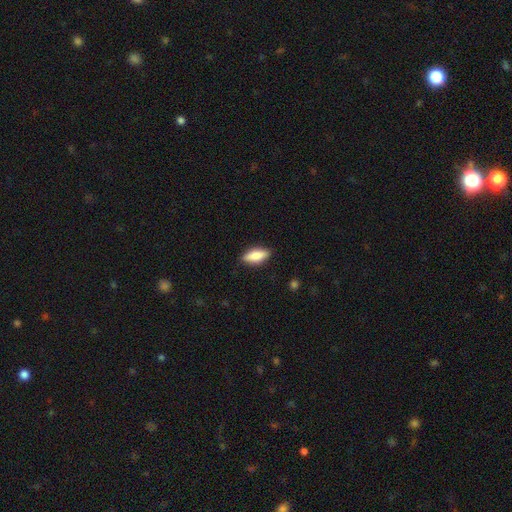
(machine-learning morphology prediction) smooth-or-featured: smooth: 79% | featured or disk: 15% | star or artifact: 6%
  how-rounded: in between: 74% | cigar-shaped: 23% | round: 2%
  merging: none: 87% | minor disturbance: 10% | major disturbance: 2% | merger: 1%